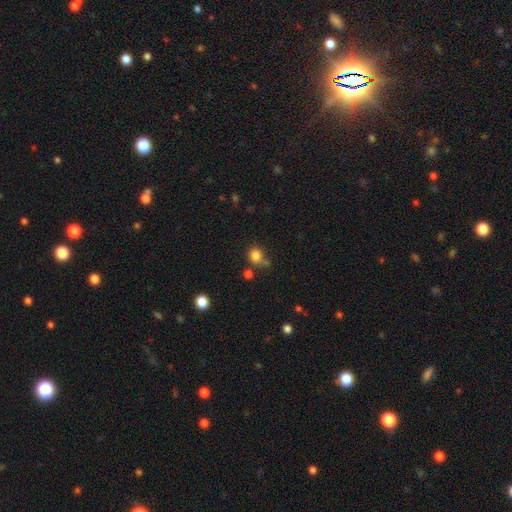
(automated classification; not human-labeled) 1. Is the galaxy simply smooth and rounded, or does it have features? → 82% smooth, 12% star or artifact, 6% featured or disk.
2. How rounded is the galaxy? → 80% round, 19% in between, 1% cigar-shaped.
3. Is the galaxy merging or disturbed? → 64% none, 16% minor disturbance, 14% merger, 6% major disturbance.